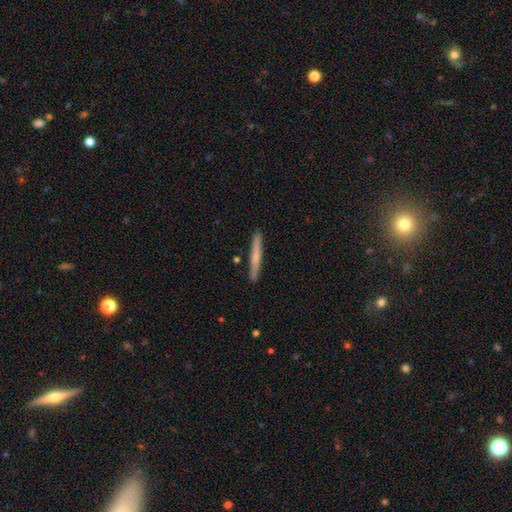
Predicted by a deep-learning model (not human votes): A smooth galaxy with no disk features (60%) that is cigar-shaped (97%). Merging: none (91%).